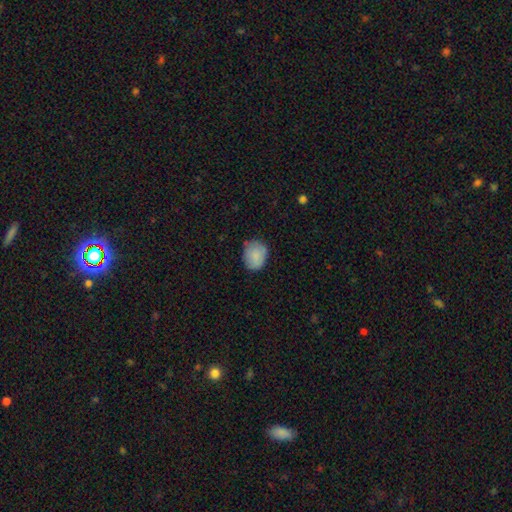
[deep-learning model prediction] Smooth or featured: smooth — 84% (featured or disk — 9%)
How rounded: round — 55% (in between — 44%)
Merging: none — 72% (minor disturbance — 23%)